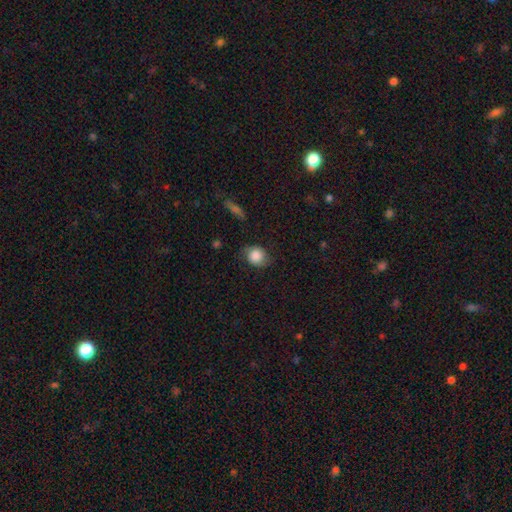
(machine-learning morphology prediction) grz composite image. It shows a smooth galaxy with no disk features (77%) that is round (68%). Merging: none (67%).